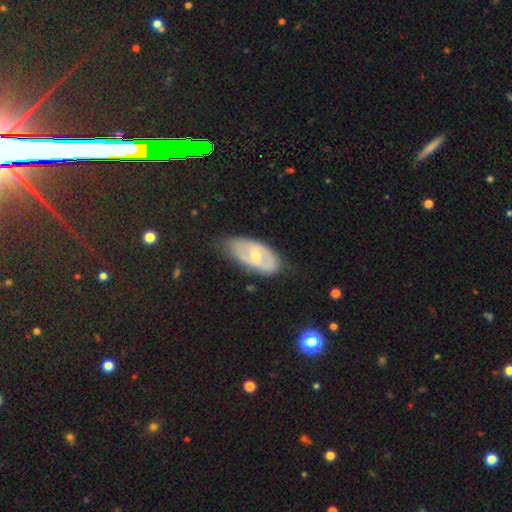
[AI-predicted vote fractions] Morphology: type=featured or disk (57%); edge-on=no (91%); bar=weak (42%); spiral arms=yes (51%); bulge=small (61%); merging=none (62%).